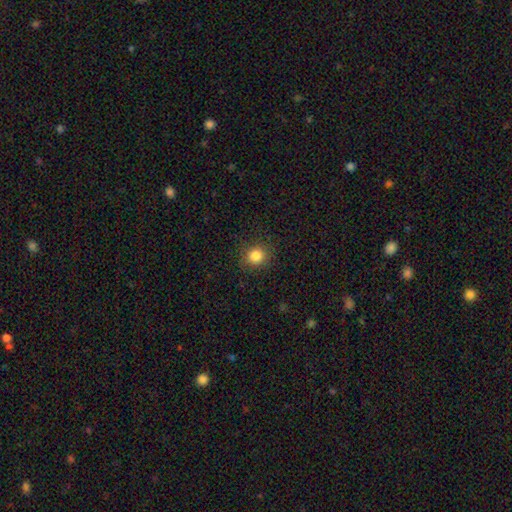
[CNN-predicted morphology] smooth_or_featured: smooth (p=0.84) [alt: star or artifact p=0.11]
how_rounded: round (p=0.85) [alt: in between p=0.14]
merging: none (p=0.87) [alt: minor disturbance p=0.09]